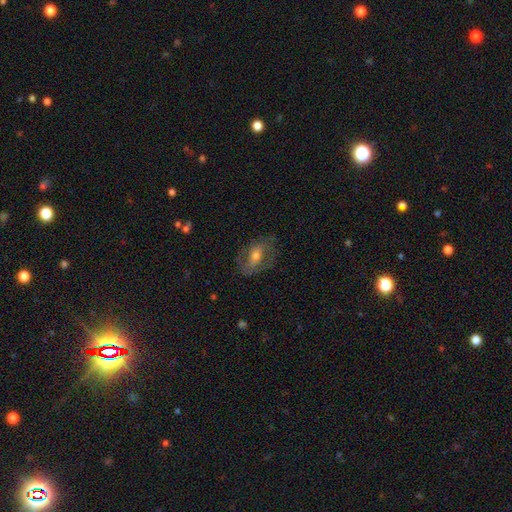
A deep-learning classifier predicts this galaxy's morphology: Smooth or featured: featured or disk — 63% (smooth — 29%)
Edge-on disk: no — 92% (yes — 8%)
Bar: no — 37% (weak — 36%)
Spiral arms: yes — 65% (no — 35%)
Bulge size: moderate — 59% (small — 32%)
Merging: none — 70% (minor disturbance — 17%)